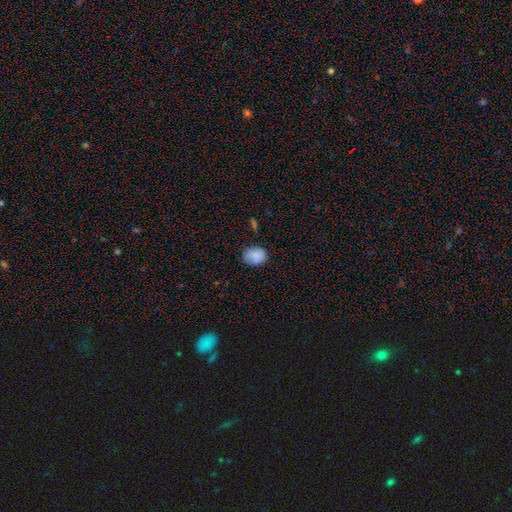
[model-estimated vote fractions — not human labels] smooth_or_featured: smooth (p=0.83) [alt: star or artifact p=0.09]
how_rounded: in between (p=0.54) [alt: round p=0.45]
merging: none (p=0.72) [alt: minor disturbance p=0.21]